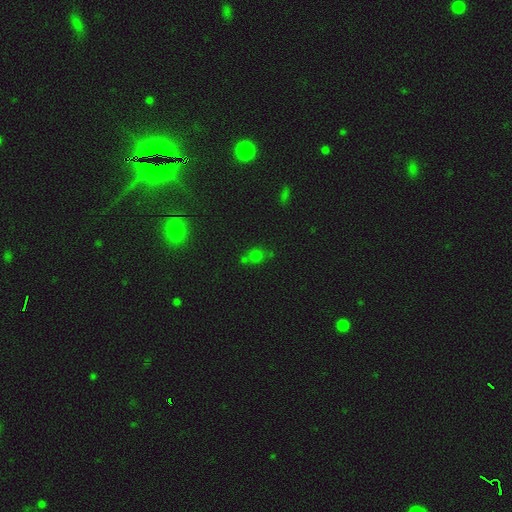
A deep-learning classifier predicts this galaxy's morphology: smooth_or_featured: smooth (p=0.64) [alt: star or artifact p=0.27]
how_rounded: round (p=0.73) [alt: in between p=0.25]
merging: none (p=0.59) [alt: merger p=0.22]